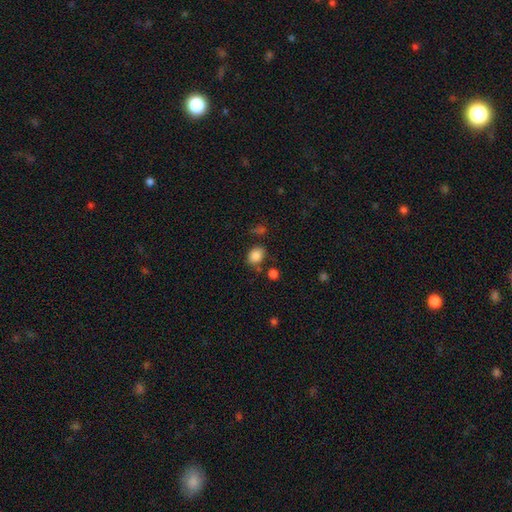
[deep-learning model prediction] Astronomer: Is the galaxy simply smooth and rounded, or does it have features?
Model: smooth — 85%.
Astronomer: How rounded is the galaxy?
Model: in between — 55% (runner-up: round, 44%).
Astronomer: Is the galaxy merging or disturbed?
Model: none — 72%.